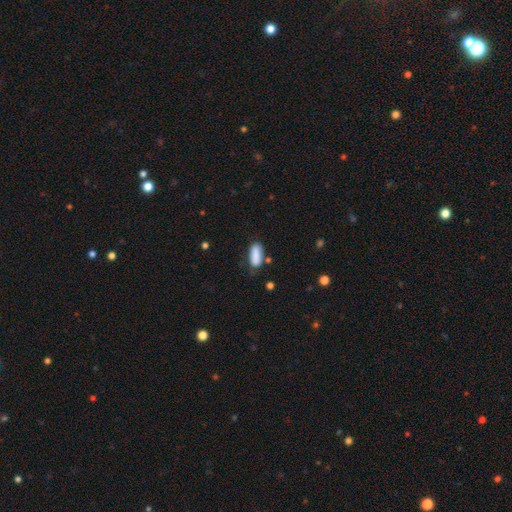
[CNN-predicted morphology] This is clearly a smooth galaxy (87%). How rounded: clearly in between (83%). Merging: likely none (68%).